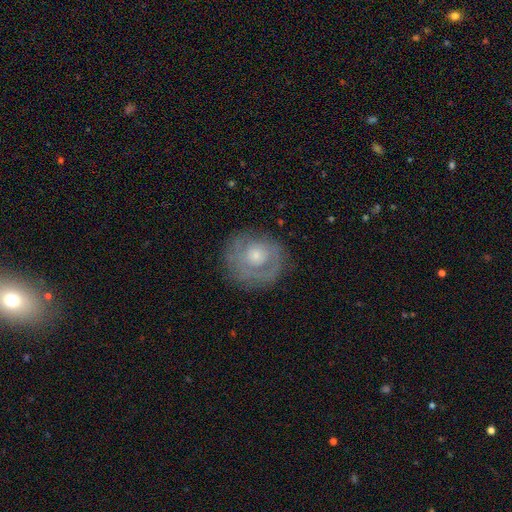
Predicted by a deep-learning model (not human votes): Morphology: type=featured or disk (62%); edge-on=no (97%); bar=no (83%); spiral arms=yes (68%); bulge=small (52%); merging=none (76%).